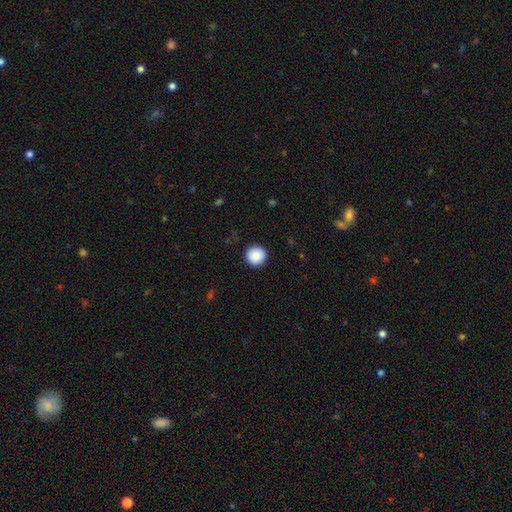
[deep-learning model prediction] Smooth or featured? smooth (89%)
How rounded? round (96%)
Merging? none (92%)